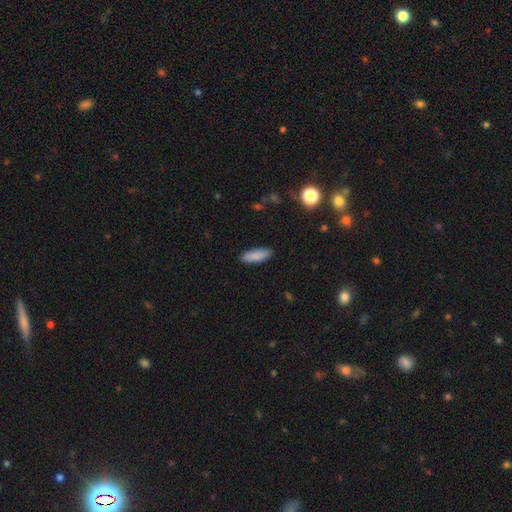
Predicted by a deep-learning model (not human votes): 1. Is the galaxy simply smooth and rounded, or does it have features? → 87% smooth, 7% featured or disk, 6% star or artifact.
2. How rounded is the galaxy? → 57% in between, 41% cigar-shaped, 2% round.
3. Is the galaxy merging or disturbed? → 88% none, 9% minor disturbance, 2% major disturbance, 1% merger.